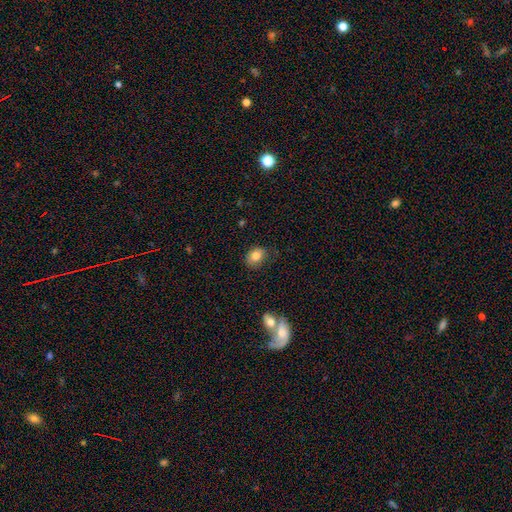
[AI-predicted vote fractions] smooth_or_featured: smooth (p=0.83) [alt: star or artifact p=0.10]
how_rounded: in between (p=0.58) [alt: round p=0.41]
merging: none (p=0.77) [alt: minor disturbance p=0.18]